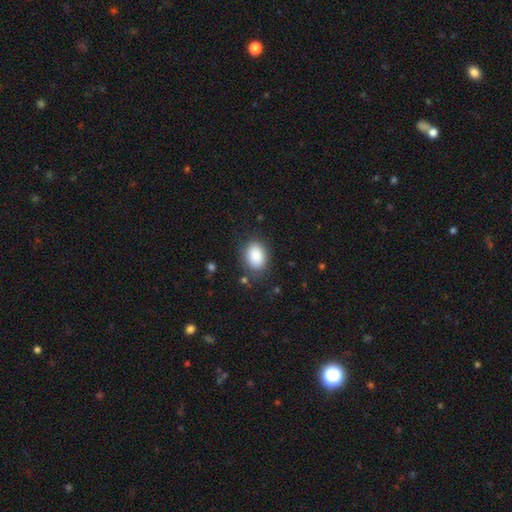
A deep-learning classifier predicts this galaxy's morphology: Smooth or featured? smooth (88%)
How rounded? in between (75%)
Merging? none (83%)